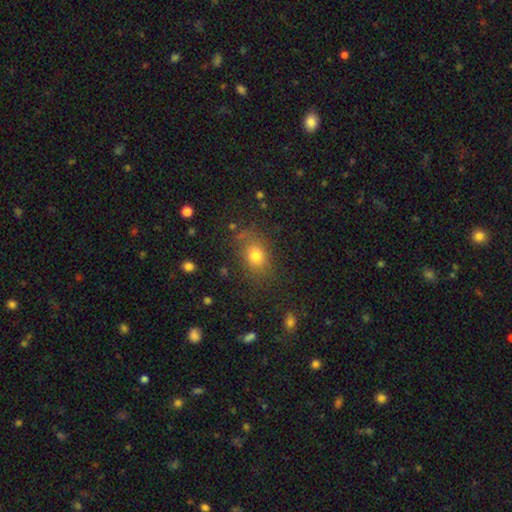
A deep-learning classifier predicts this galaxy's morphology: Smooth or featured? Predicted: smooth (p=0.75). How rounded? Predicted: in between (p=0.60). Merging? Predicted: none (p=0.77).